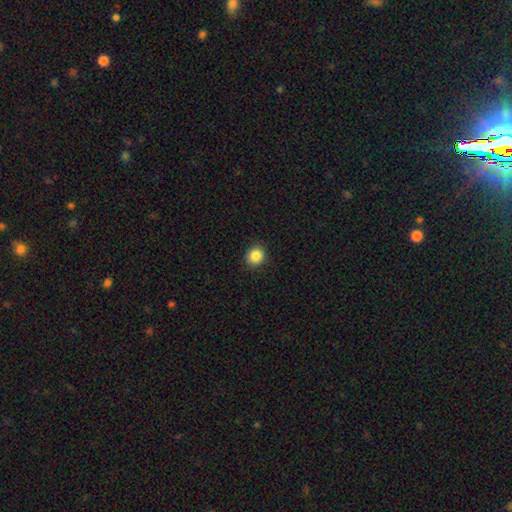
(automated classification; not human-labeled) smooth_or_featured: smooth (p=0.86) [alt: star or artifact p=0.10]
how_rounded: round (p=0.86) [alt: in between p=0.13]
merging: none (p=0.90) [alt: minor disturbance p=0.07]